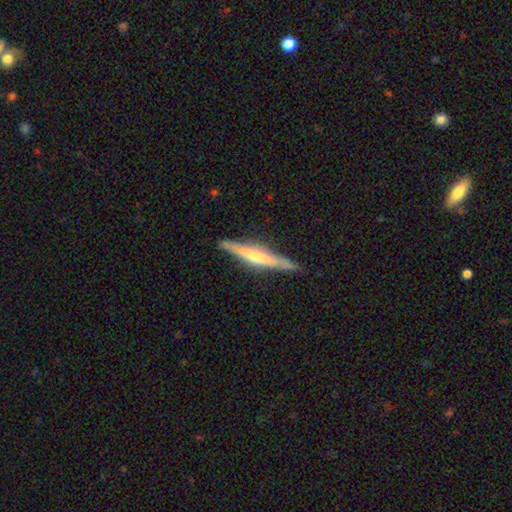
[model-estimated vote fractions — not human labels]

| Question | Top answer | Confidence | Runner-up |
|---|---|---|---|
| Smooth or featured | featured or disk | 62% | smooth (32%) |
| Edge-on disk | yes | 96% | no (4%) |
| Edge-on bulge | rounded | 53% | none (27%) |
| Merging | none | 86% | minor disturbance (11%) |